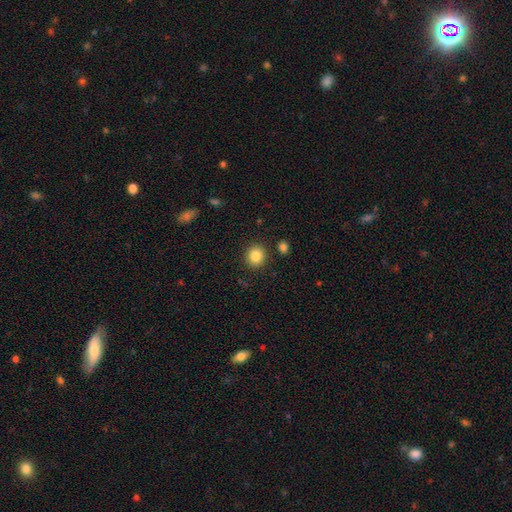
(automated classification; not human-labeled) smooth 85%, star or artifact 10%, featured or disk 5%. Down the decision tree: how rounded — round (85%); merging — none (88%).